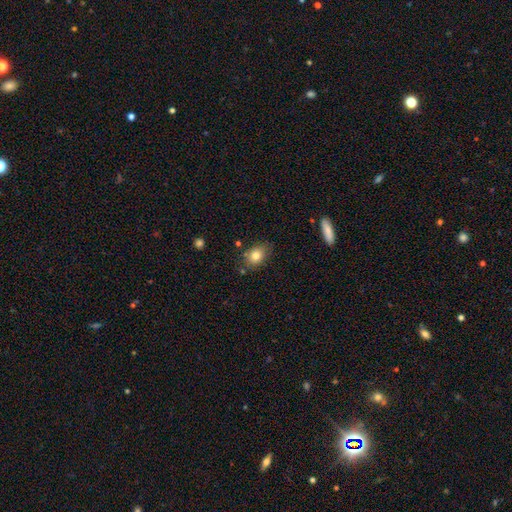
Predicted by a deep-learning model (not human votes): smooth-or-featured: smooth: 80% | featured or disk: 11% | star or artifact: 9%
  how-rounded: in between: 74% | round: 24% | cigar-shaped: 1%
  merging: none: 77% | minor disturbance: 16% | merger: 4% | major disturbance: 3%